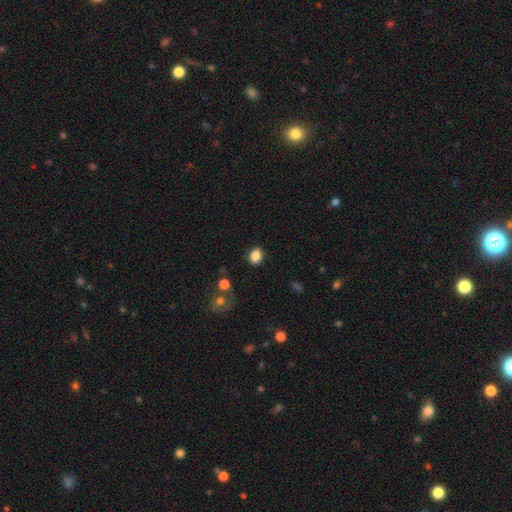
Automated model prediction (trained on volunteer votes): Morphology: type=smooth (86%); roundness=in between (59%); merging=none (86%).